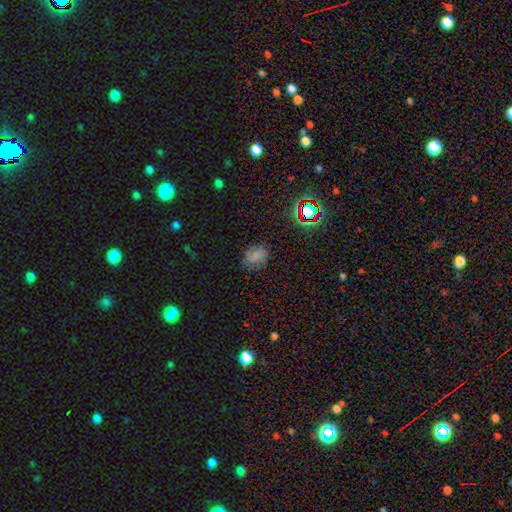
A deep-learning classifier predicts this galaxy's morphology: smooth-or-featured: smooth: 57% | featured or disk: 22% | star or artifact: 21%
  how-rounded: in between: 56% | round: 43% | cigar-shaped: 1%
  merging: none: 71% | minor disturbance: 20% | major disturbance: 7% | merger: 2%